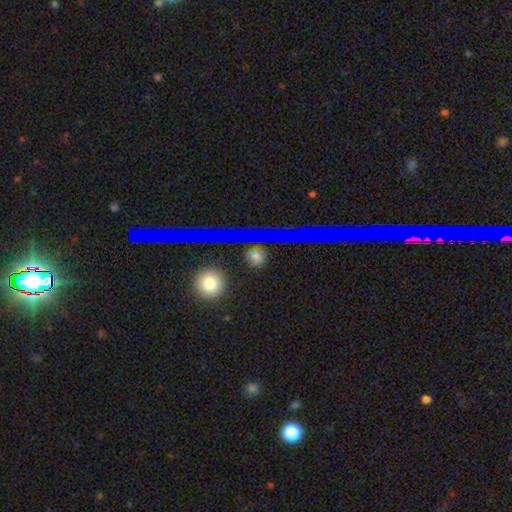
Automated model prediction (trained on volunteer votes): smooth-or-featured: smooth: 56% | star or artifact: 33% | featured or disk: 11%
  how-rounded: round: 76% | in between: 17% | cigar-shaped: 7%
  merging: none: 88% | minor disturbance: 8% | major disturbance: 3% | merger: 2%